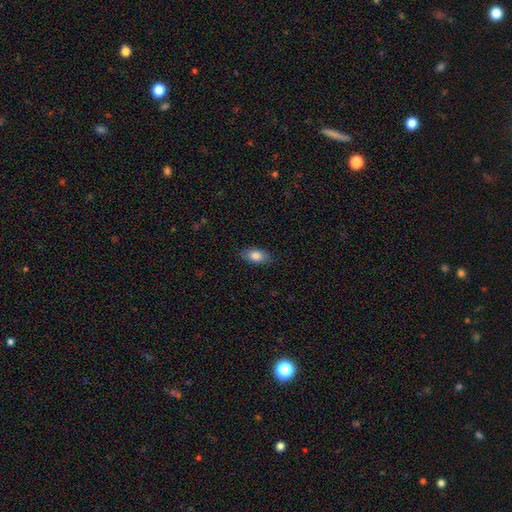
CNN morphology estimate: smooth-or-featured: smooth: 83% | featured or disk: 10% | star or artifact: 7%
  how-rounded: in between: 90% | round: 6% | cigar-shaped: 4%
  merging: none: 86% | minor disturbance: 11% | major disturbance: 2% | merger: 1%